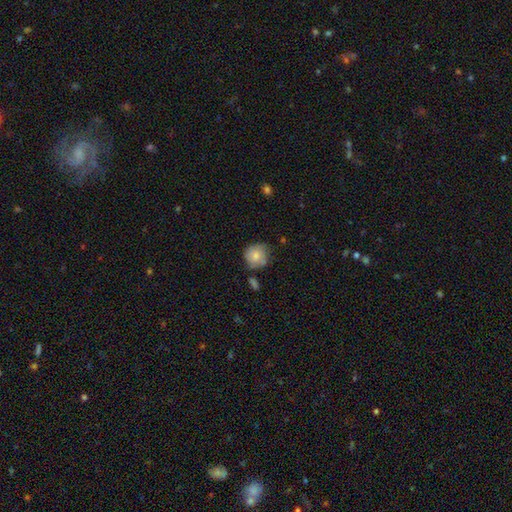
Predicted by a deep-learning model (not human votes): smooth_or_featured: smooth (p=0.77) [alt: featured or disk p=0.16]
how_rounded: round (p=0.85) [alt: in between p=0.14]
merging: none (p=0.63) [alt: minor disturbance p=0.25]